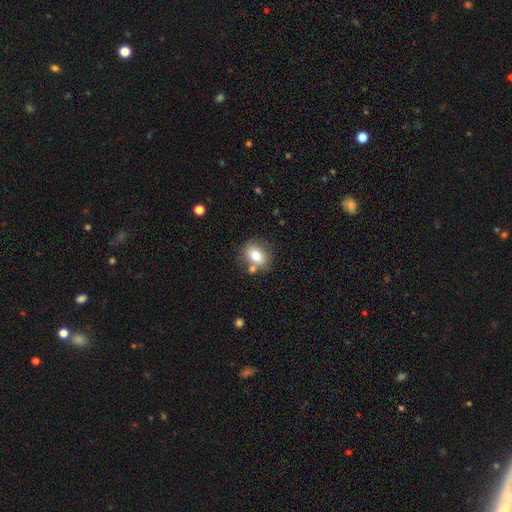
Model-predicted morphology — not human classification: A smooth galaxy with no disk features (73%) that is in between round and cigar-shaped (54%). Merging: none (69%).